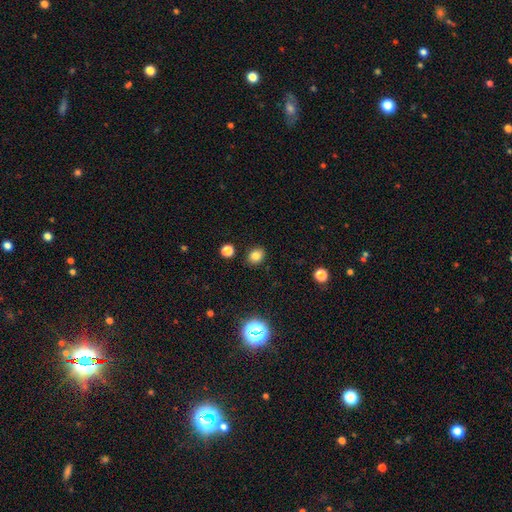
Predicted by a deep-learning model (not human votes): Overall: smooth (80%). How rounded: round (52%; in between 47%). Merging: none (87%).